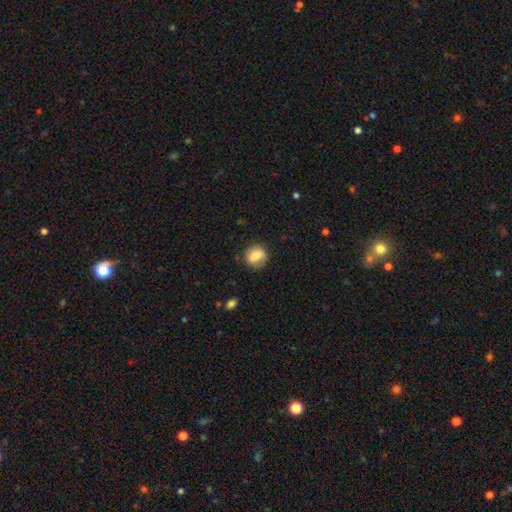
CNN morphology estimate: Q: Smooth or featured?
A: smooth (74%); runner-up: featured or disk (18%)
Q: How rounded?
A: round (61%); runner-up: in between (37%)
Q: Merging?
A: none (73%); runner-up: minor disturbance (19%)